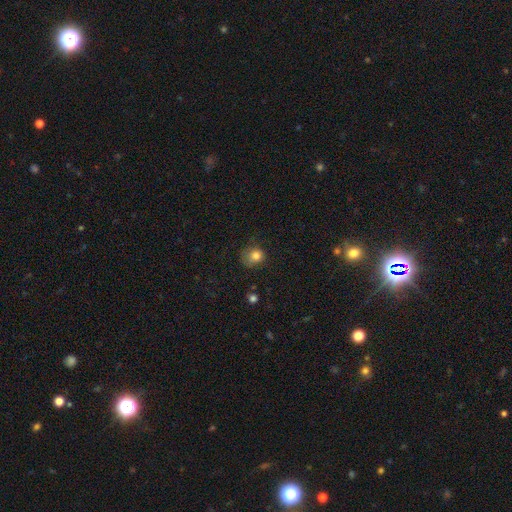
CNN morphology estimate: This is clearly a smooth galaxy (80%). How rounded: likely round (70%). Merging: possibly none (51%).